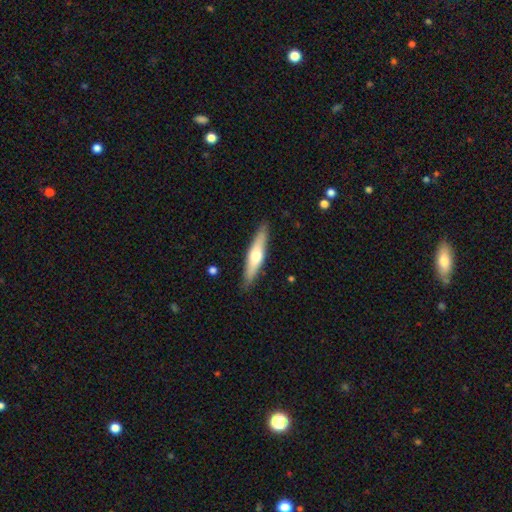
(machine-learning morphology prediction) Q: Smooth or featured?
A: smooth (50%); runner-up: featured or disk (44%)
Q: How rounded?
A: cigar-shaped (80%); runner-up: in between (19%)
Q: Merging?
A: none (87%); runner-up: minor disturbance (10%)